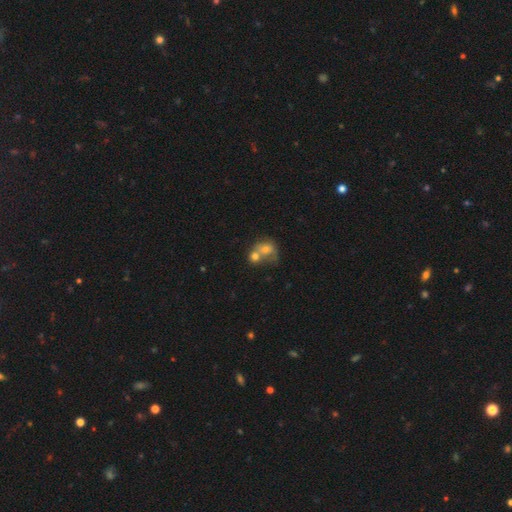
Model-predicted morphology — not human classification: smooth-or-featured: smooth: 66% | featured or disk: 21% | star or artifact: 12%
  how-rounded: round: 62% | in between: 37% | cigar-shaped: 1%
  merging: merger: 63% | none: 24% | minor disturbance: 8% | major disturbance: 6%